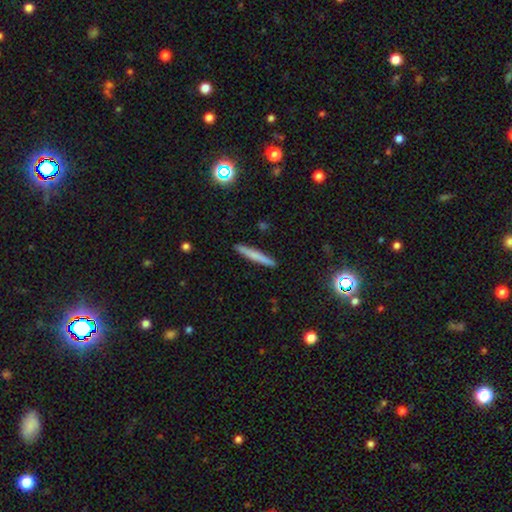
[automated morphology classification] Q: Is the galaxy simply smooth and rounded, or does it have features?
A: smooth — 63%.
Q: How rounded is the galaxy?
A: cigar-shaped — 95%.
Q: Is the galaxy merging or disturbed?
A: none — 91%.